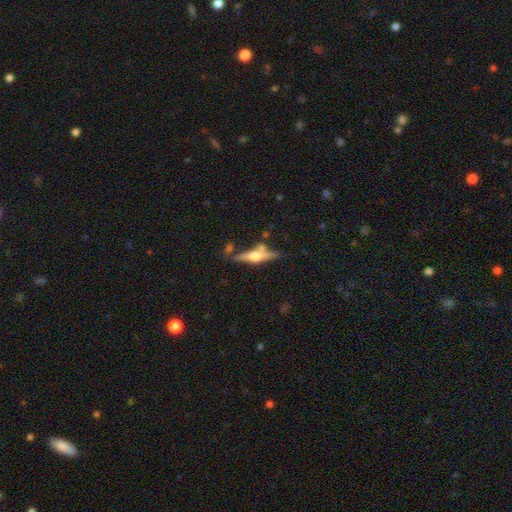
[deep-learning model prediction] Smooth or featured? Predicted: featured or disk (p=0.71). Edge-on disk? Predicted: yes (p=0.97). Edge-on bulge? Predicted: rounded (p=0.92). Merging? Predicted: none (p=0.72).